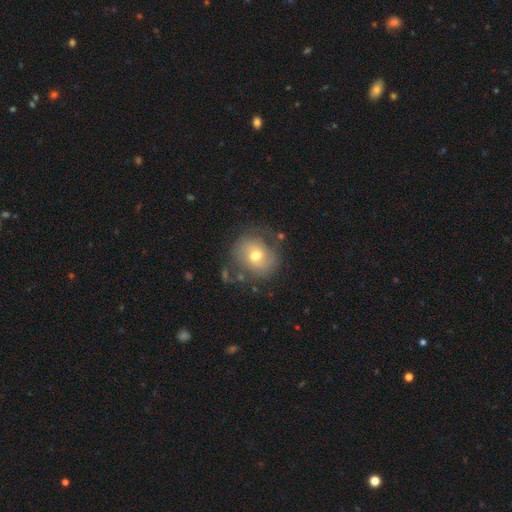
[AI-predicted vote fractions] smooth_or_featured: smooth (p=0.56) [alt: featured or disk p=0.34]
how_rounded: round (p=0.76) [alt: in between p=0.23]
merging: none (p=0.66) [alt: minor disturbance p=0.20]